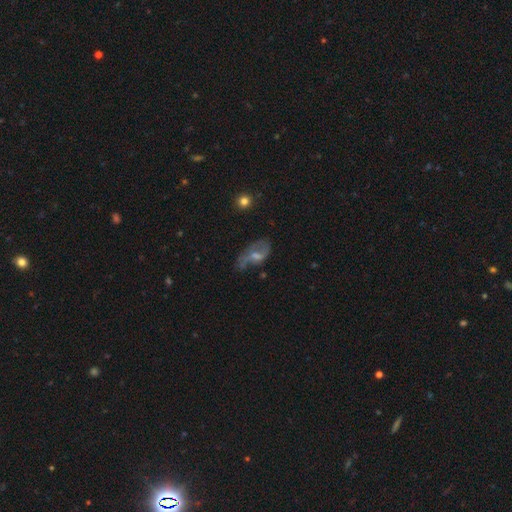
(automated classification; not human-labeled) Smooth or featured: featured or disk — 63% (smooth — 25%)
Edge-on disk: no — 91% (yes — 9%)
Bar: no — 52% (weak — 39%)
Spiral arms: yes — 72% (no — 28%)
Bulge size: moderate — 46% (small — 37%)
Merging: none — 49% (minor disturbance — 26%)